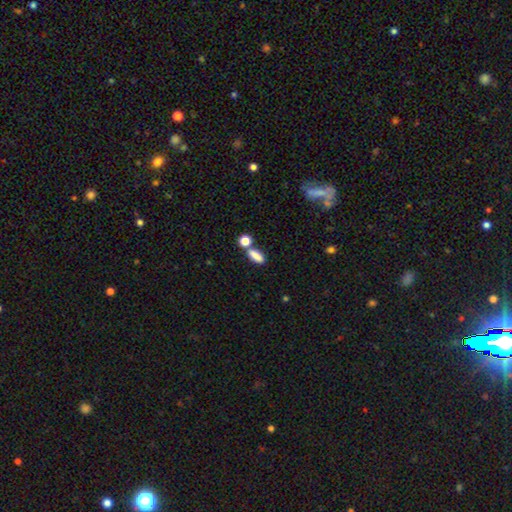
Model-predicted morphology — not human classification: A smooth galaxy with no disk features (84%) that is in between round and cigar-shaped (66%). Merging: none (65%).